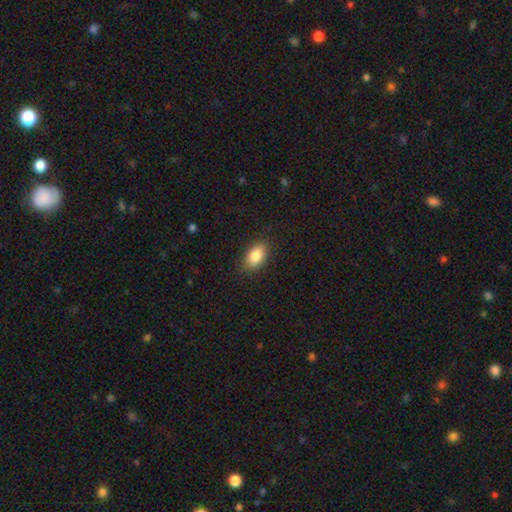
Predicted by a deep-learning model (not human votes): Smooth or featured? Predicted: smooth (p=0.86). How rounded? Predicted: in between (p=0.91). Merging? Predicted: none (p=0.87).